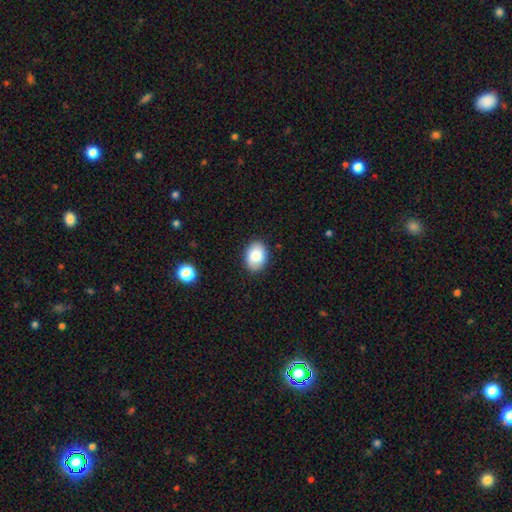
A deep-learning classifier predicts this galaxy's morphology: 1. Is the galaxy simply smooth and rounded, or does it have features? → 86% smooth, 7% star or artifact, 7% featured or disk.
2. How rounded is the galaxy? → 77% in between, 22% round, 1% cigar-shaped.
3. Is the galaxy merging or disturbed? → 89% none, 8% minor disturbance, 2% major disturbance, 1% merger.